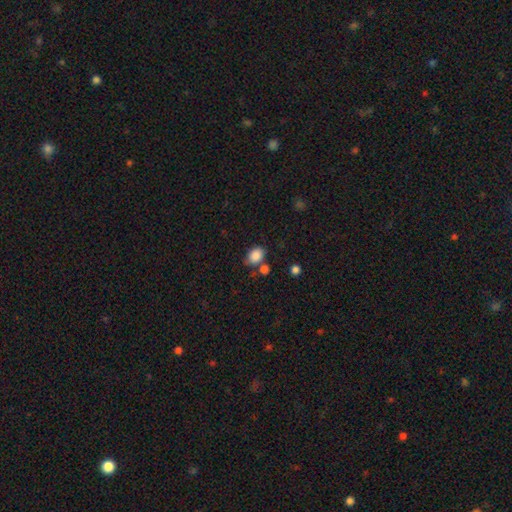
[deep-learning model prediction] A smooth galaxy with no disk features (87%) that is in between round and cigar-shaped (70%).

Vote fractions:
- Smooth or featured? smooth: 87% / star or artifact: 9% / featured or disk: 4%
- How rounded? in between: 70% / round: 28% / cigar-shaped: 1%
- Merging? none: 60% / minor disturbance: 20% / merger: 14% / major disturbance: 6%